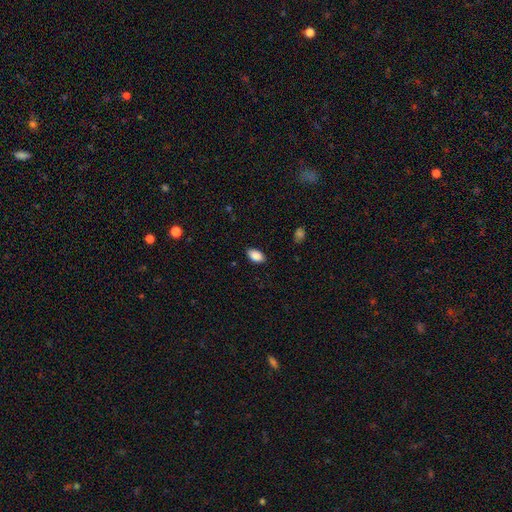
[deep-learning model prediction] Overall: smooth (88%). How rounded: in between (93%). Merging: none (86%).